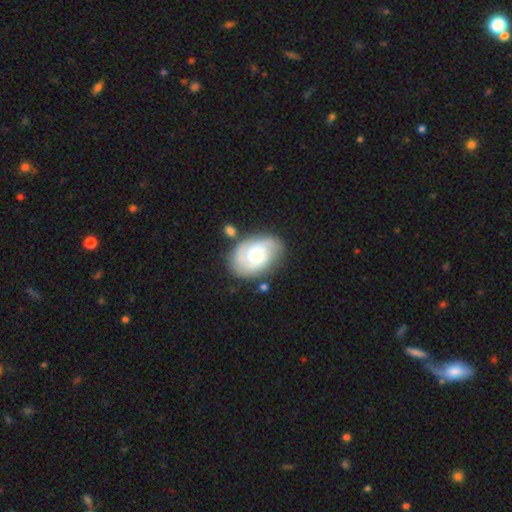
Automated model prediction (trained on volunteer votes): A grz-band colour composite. It shows a featured or disk galaxy (79%) with no bar (68%), 2 (40%) tight (62%) spiral arms (95%) and a moderate central bulge (52%). Merging: none (72%).